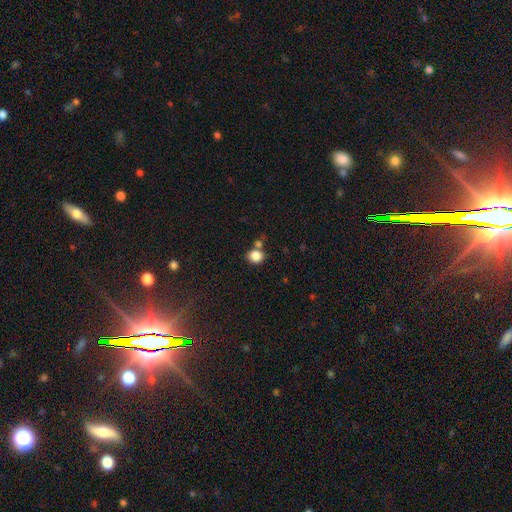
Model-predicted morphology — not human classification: Smooth or featured: smooth — 84% (star or artifact — 11%)
How rounded: round — 77% (in between — 22%)
Merging: none — 64% (merger — 22%)